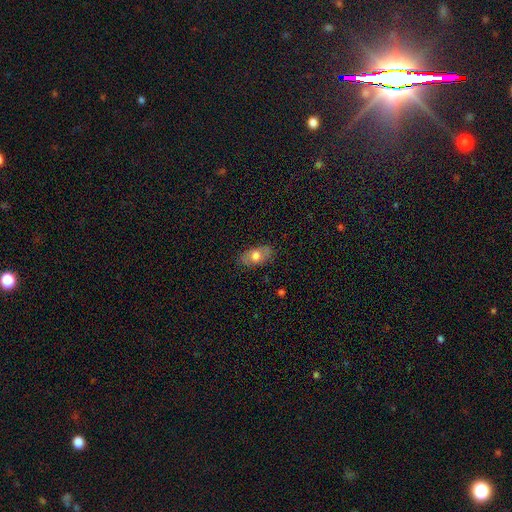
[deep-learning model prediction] Overall: smooth (68%). How rounded: in between (90%). Merging: none (80%).